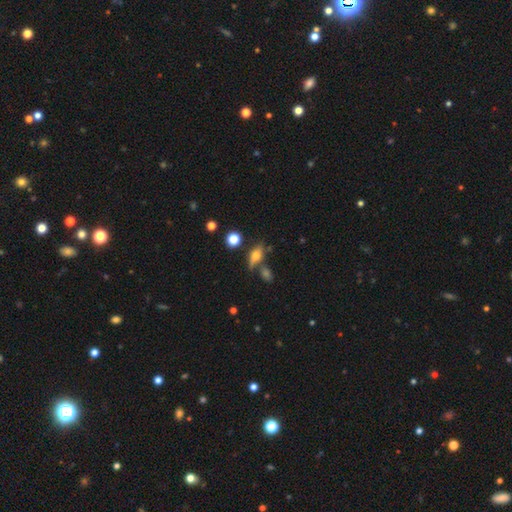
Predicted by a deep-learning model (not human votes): Q: Smooth or featured?
A: smooth (58%); runner-up: featured or disk (30%)
Q: How rounded?
A: in between (67%); runner-up: cigar-shaped (21%)
Q: Merging?
A: none (59%); runner-up: minor disturbance (18%)